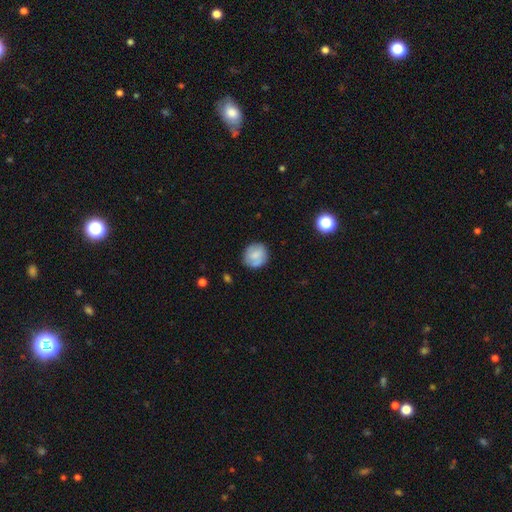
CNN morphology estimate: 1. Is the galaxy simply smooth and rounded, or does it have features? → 72% smooth, 21% featured or disk, 8% star or artifact.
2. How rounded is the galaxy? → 84% round, 15% in between, 1% cigar-shaped.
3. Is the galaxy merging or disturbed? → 80% none, 14% minor disturbance, 4% major disturbance, 2% merger.